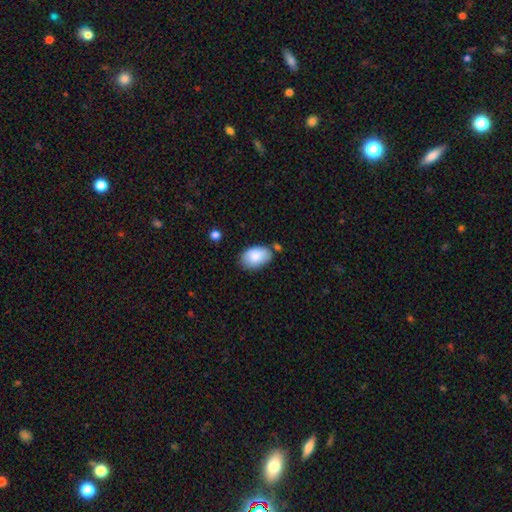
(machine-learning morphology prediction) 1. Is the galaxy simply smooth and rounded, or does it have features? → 86% smooth, 8% featured or disk, 6% star or artifact.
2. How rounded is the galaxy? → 92% in between, 7% round, 1% cigar-shaped.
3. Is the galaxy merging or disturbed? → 69% none, 21% minor disturbance, 6% merger, 4% major disturbance.